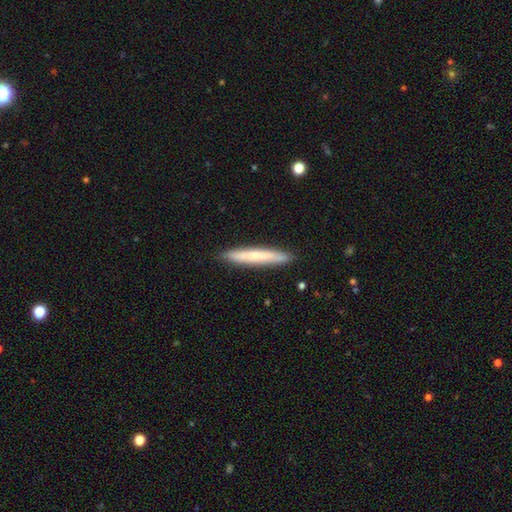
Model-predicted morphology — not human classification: Smooth or featured? smooth (63%)
How rounded? cigar-shaped (95%)
Merging? none (90%)